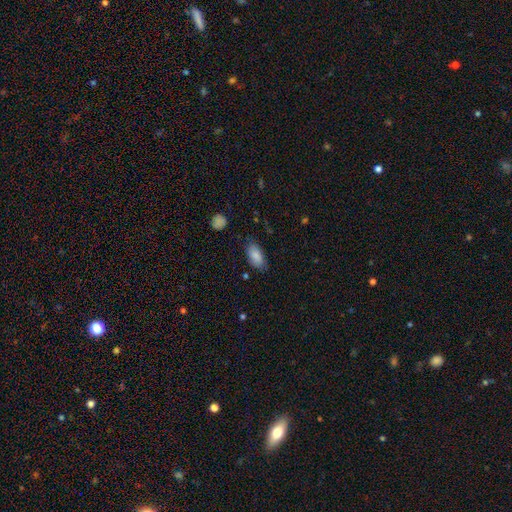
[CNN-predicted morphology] Smooth or featured?
  - smooth: 84% *
  - featured or disk: 9%
  - star or artifact: 7%
How rounded?
  - in between: 92% *
  - cigar-shaped: 6%
  - round: 3%
Merging?
  - none: 76% *
  - minor disturbance: 18%
  - major disturbance: 4%
  - merger: 2%